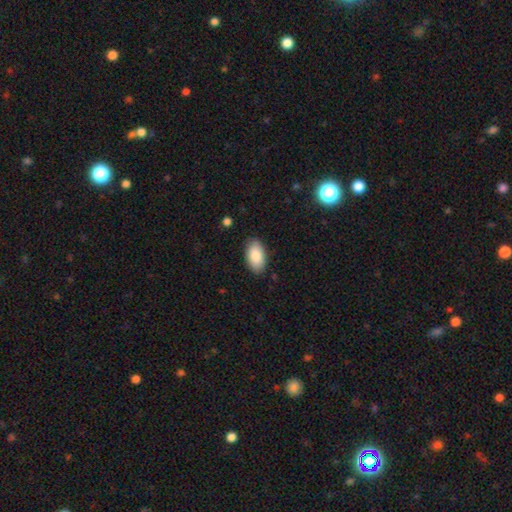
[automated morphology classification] Q: Smooth or featured?
A: smooth (87%); runner-up: featured or disk (7%)
Q: How rounded?
A: in between (95%); runner-up: round (3%)
Q: Merging?
A: none (86%); runner-up: minor disturbance (10%)